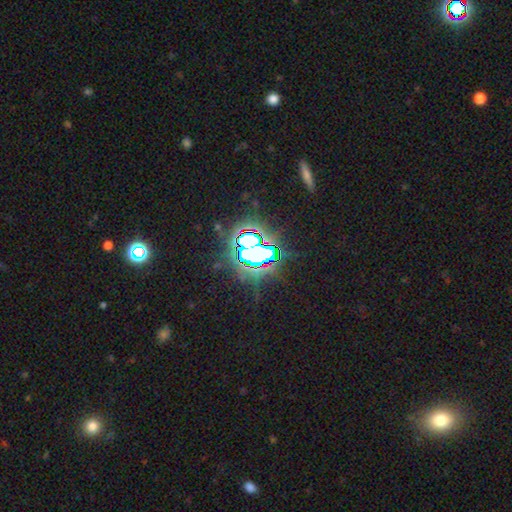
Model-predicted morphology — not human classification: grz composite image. It shows a star or artifact, not a galaxy (77%).